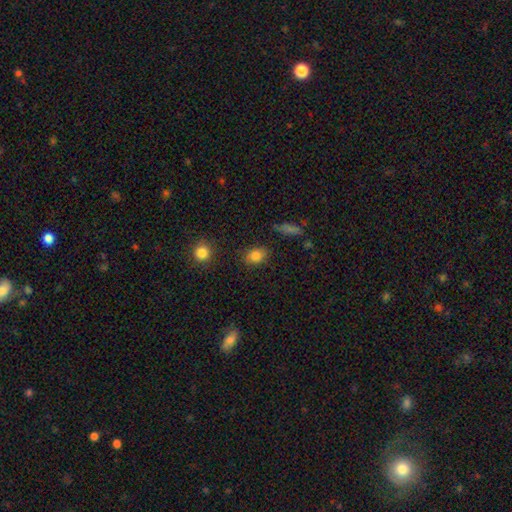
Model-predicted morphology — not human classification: A smooth galaxy with no disk features (82%) that is in between round and cigar-shaped (61%). Merging: none (83%).